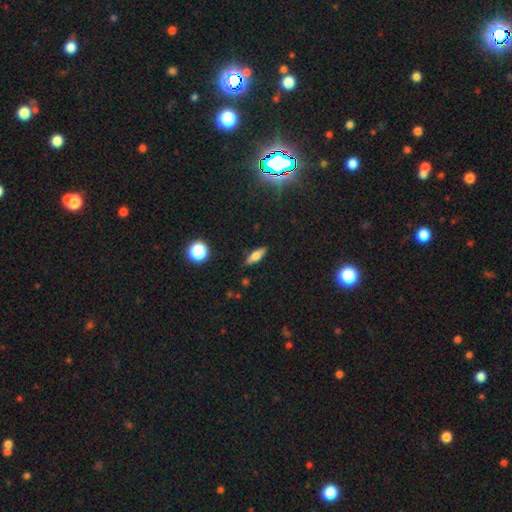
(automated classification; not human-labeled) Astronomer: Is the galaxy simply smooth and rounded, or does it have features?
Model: smooth — 59%.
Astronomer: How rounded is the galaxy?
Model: in between — 50% (runner-up: cigar-shaped, 45%).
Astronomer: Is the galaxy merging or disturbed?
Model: none — 87%.